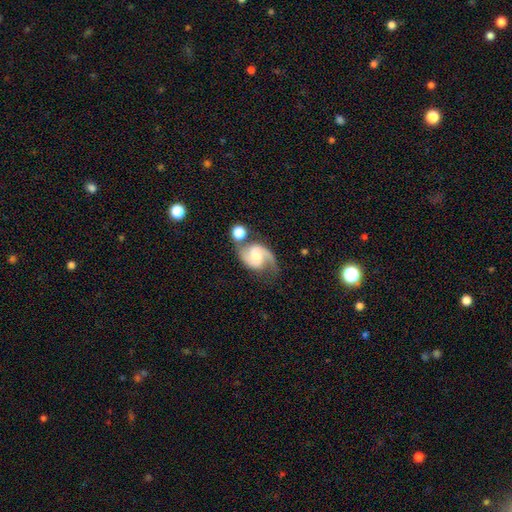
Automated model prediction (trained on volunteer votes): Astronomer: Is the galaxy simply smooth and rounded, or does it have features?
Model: featured or disk — 85%.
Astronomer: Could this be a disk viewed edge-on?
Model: no — 98%.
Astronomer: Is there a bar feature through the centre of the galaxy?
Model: no — 44% (runner-up: weak, 43%).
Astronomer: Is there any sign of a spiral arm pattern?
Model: yes — 97%.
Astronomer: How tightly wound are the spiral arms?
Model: medium — 53% (runner-up: loose, 31%).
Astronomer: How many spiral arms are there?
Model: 2 — 90%.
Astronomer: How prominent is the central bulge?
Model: moderate — 47% (runner-up: small, 35%).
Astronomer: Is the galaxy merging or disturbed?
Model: none — 55%.